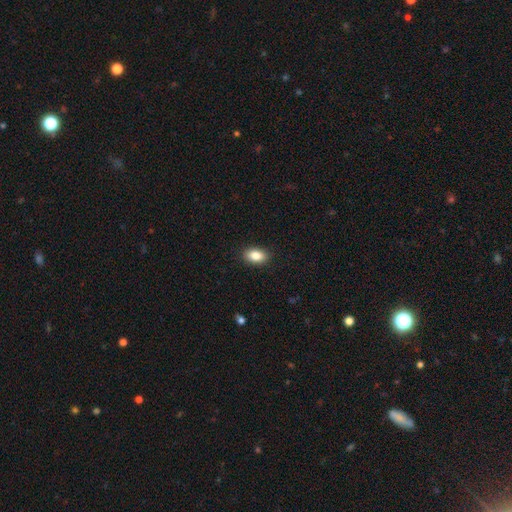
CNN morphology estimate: Smooth or featured? Predicted: smooth (p=0.86). How rounded? Predicted: in between (p=0.88). Merging? Predicted: none (p=0.89).